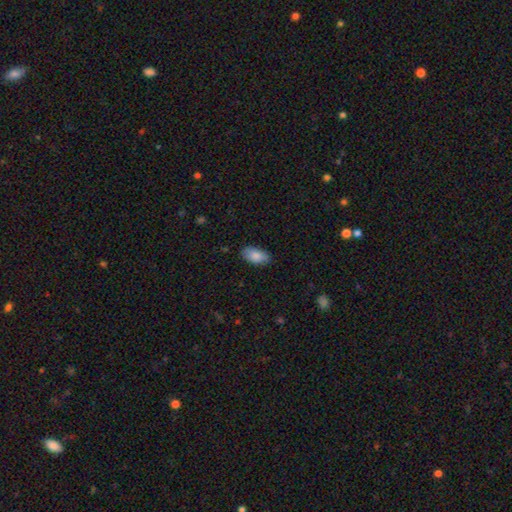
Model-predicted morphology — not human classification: The model was most divided on "merging": none: 85%, minor disturbance: 12%, major disturbance: 2%, merger: 1%. More confident: how rounded — in between (94%); smooth or featured — smooth (86%).